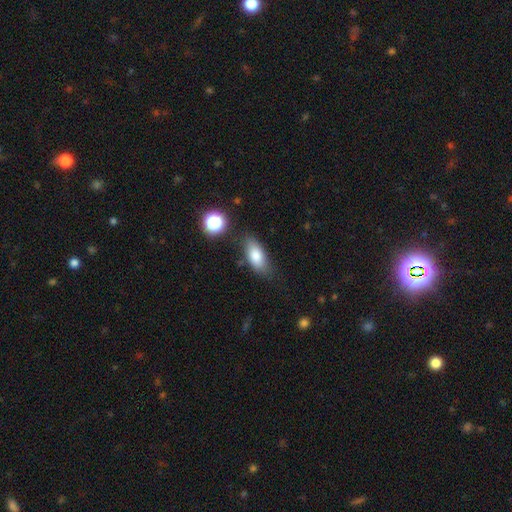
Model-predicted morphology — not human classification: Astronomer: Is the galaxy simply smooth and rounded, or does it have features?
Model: smooth — 81%.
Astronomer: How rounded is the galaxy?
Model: in between — 83%.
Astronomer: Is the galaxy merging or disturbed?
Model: none — 73%.